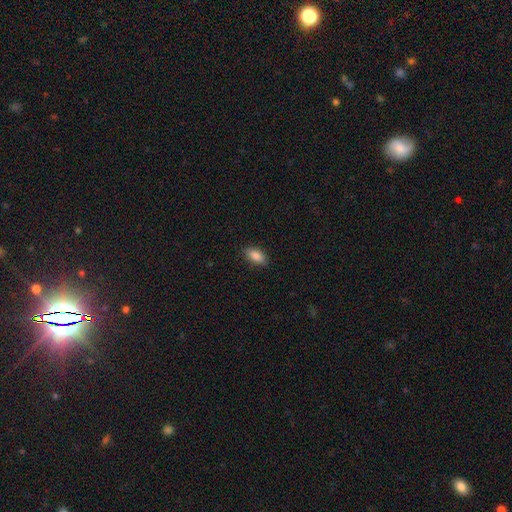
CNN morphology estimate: Smooth or featured? smooth (87%)
How rounded? in between (91%)
Merging? none (88%)